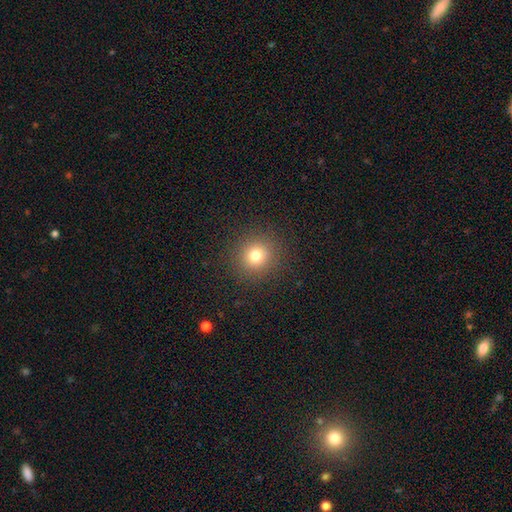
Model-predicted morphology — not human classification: Smooth or featured?
  - smooth: 75% *
  - star or artifact: 16%
  - featured or disk: 9%
How rounded?
  - round: 92% *
  - in between: 7%
  - cigar-shaped: 1%
Merging?
  - none: 90% *
  - minor disturbance: 6%
  - major disturbance: 3%
  - merger: 1%